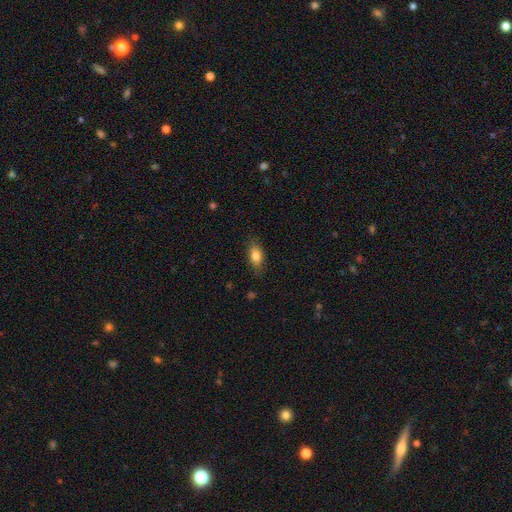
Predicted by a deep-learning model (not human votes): smooth_or_featured: smooth (p=0.80) [alt: featured or disk p=0.12]
how_rounded: in between (p=0.84) [alt: cigar-shaped p=0.11]
merging: none (p=0.82) [alt: minor disturbance p=0.14]